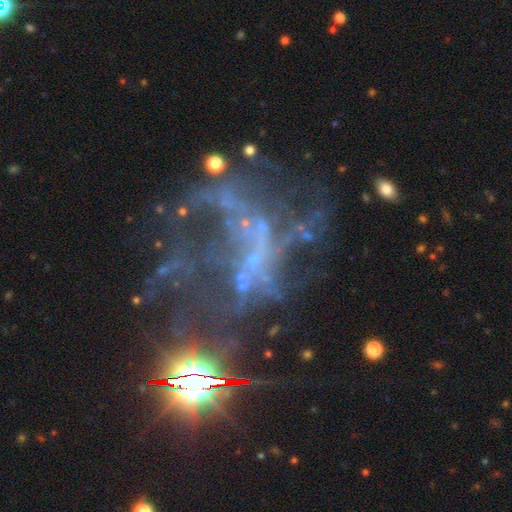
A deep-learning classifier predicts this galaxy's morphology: A featured or disk galaxy (56%) with no bar (77%), no spiral arms (71%) and no central bulge (68%).

Vote fractions:
- Smooth or featured? featured or disk: 56% / star or artifact: 36% / smooth: 9%
- Edge-on disk? no: 96% / yes: 4%
- Bar? no: 77% / weak: 15% / strong: 8%
- Spiral arms? no: 71% / yes: 29%
- Bulge size? none: 68% / small: 24% / moderate: 5% / large: 1% / dominant: 1%
- Merging? major disturbance: 45% / none: 31% / minor disturbance: 13% / merger: 11%